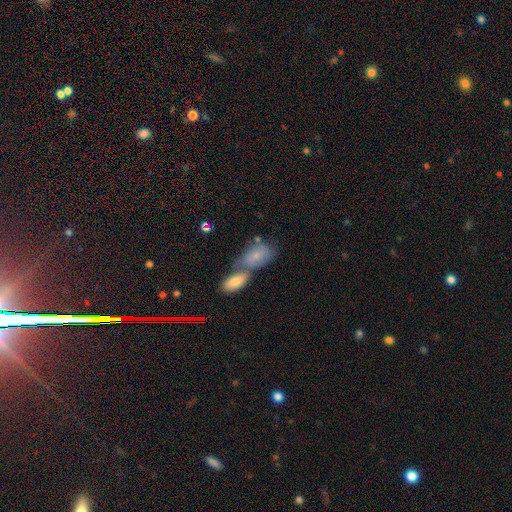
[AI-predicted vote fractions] Overall: smooth (75%). How rounded: in between (90%). Merging: merger (60%; none 27%).